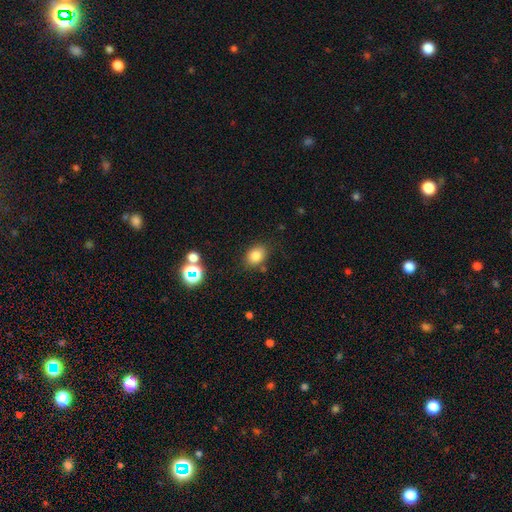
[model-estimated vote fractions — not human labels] smooth-or-featured: smooth: 82% | star or artifact: 12% | featured or disk: 6%
  how-rounded: in between: 63% | round: 36% | cigar-shaped: 1%
  merging: none: 80% | minor disturbance: 12% | merger: 4% | major disturbance: 4%